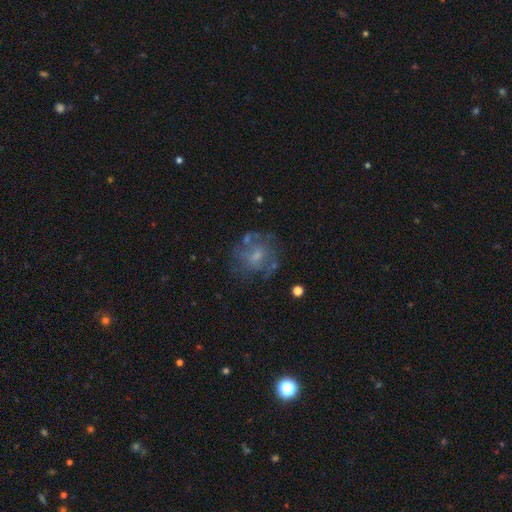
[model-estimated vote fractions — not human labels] This is possibly a featured or disk galaxy (56%). It is clearly not viewed edge-on (97%). Bar: likely no (65%). Spiral arm pattern: possibly no (56%). Central bulge: possibly small (46%). Merging: possibly none (58%).